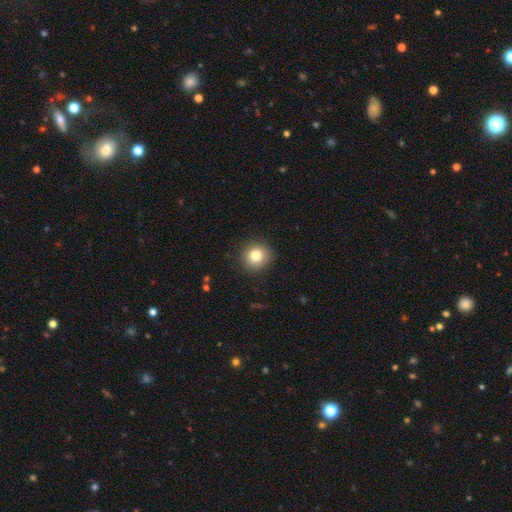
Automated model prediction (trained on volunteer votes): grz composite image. It shows a smooth galaxy with no disk features (81%) that is round (92%). Merging: none (90%).